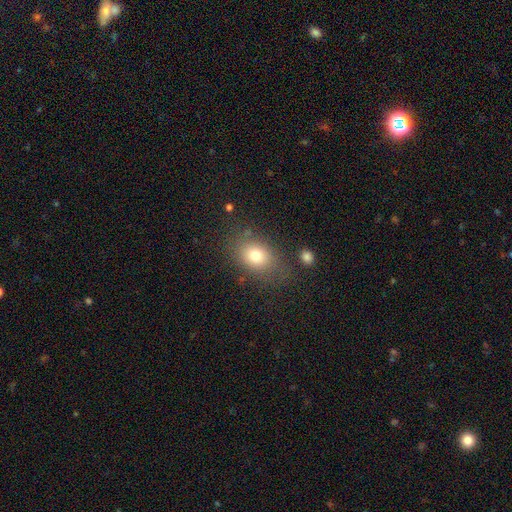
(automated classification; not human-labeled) This appears to be a smooth galaxy with no disk features (76%) that is in between round and cigar-shaped (67%). Merging: none (73%).